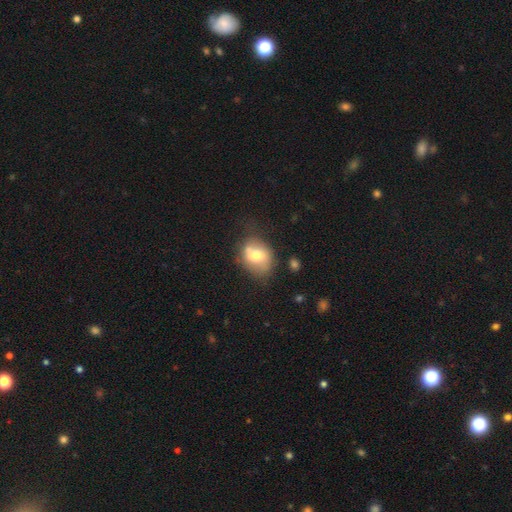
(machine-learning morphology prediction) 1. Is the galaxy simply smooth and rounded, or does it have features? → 65% smooth, 26% featured or disk, 9% star or artifact.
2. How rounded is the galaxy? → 52% round, 46% in between, 1% cigar-shaped.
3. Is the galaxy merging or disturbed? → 55% none, 22% minor disturbance, 15% merger, 7% major disturbance.